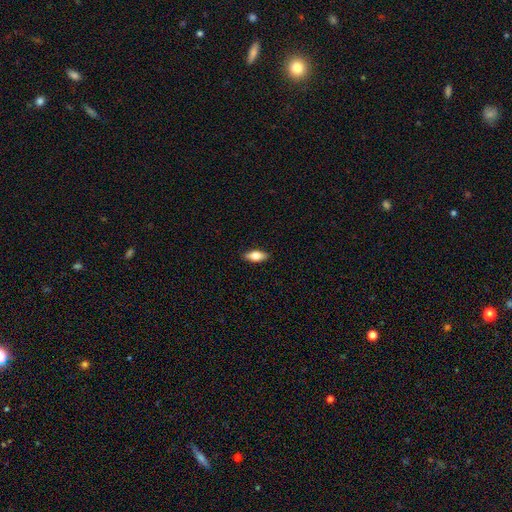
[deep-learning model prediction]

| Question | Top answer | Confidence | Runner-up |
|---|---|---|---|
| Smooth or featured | smooth | 72% | featured or disk (22%) |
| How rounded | in between | 78% | cigar-shaped (19%) |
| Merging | none | 88% | minor disturbance (9%) |